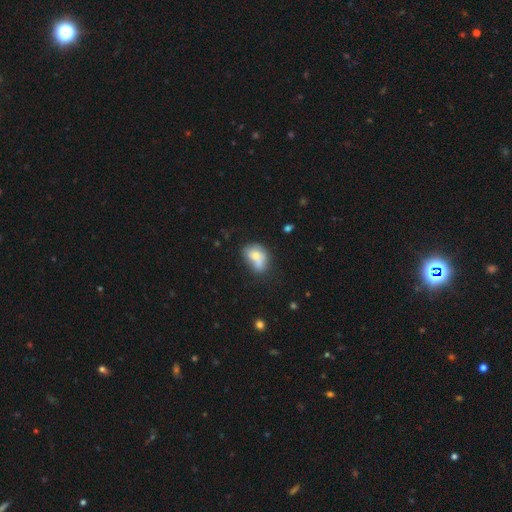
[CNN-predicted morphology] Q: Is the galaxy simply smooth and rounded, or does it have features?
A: smooth — 62%.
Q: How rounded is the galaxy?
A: in between — 65%.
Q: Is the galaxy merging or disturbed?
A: none — 33%.